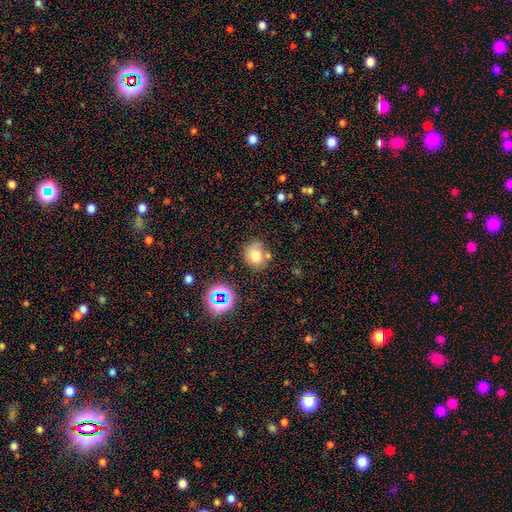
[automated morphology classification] type=smooth (69%); roundness=round (73%); merging=none (66%).